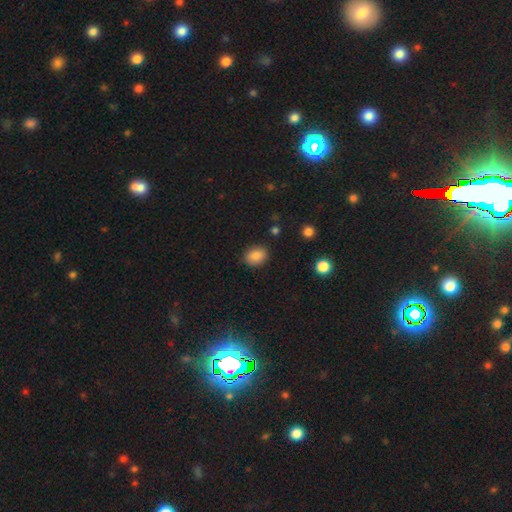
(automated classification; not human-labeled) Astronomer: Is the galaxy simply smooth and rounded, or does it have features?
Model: smooth — 86%.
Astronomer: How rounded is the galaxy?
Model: in between — 62% (runner-up: round, 37%).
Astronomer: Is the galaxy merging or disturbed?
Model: none — 86%.